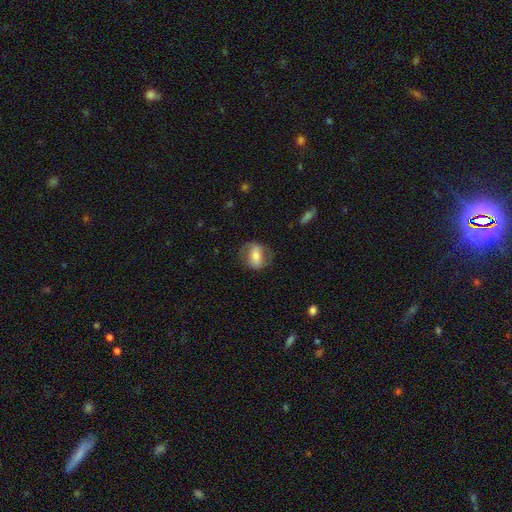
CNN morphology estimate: Q: Smooth or featured?
A: smooth (54%); runner-up: featured or disk (39%)
Q: How rounded?
A: in between (66%); runner-up: round (31%)
Q: Merging?
A: none (67%); runner-up: minor disturbance (19%)